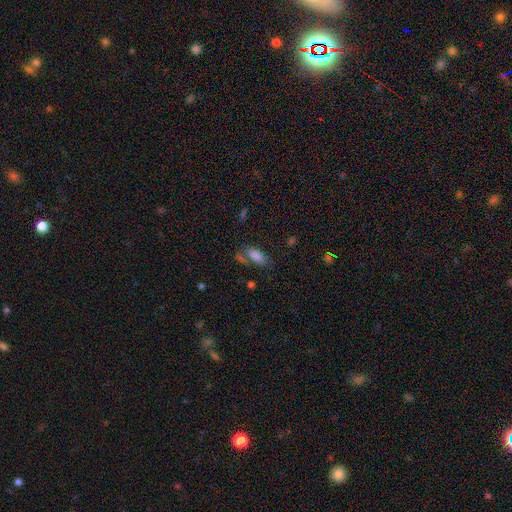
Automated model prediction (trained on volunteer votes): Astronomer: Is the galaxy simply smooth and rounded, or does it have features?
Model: smooth — 81%.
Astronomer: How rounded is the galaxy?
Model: in between — 85%.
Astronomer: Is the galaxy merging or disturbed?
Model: none — 54%.